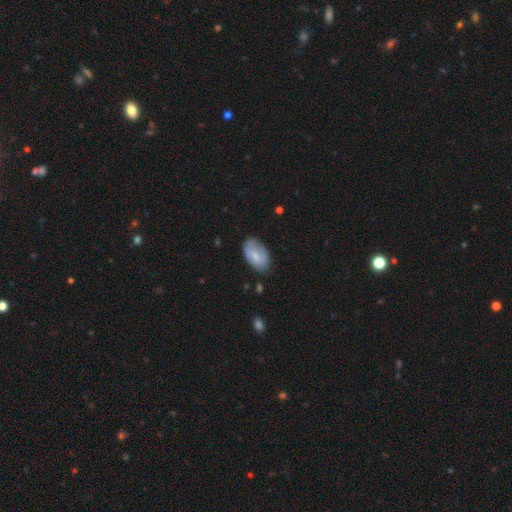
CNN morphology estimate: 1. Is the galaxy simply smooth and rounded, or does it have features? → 57% smooth, 36% featured or disk, 6% star or artifact.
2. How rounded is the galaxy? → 93% in between, 5% round, 2% cigar-shaped.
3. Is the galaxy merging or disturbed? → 70% none, 23% minor disturbance, 5% major disturbance, 2% merger.